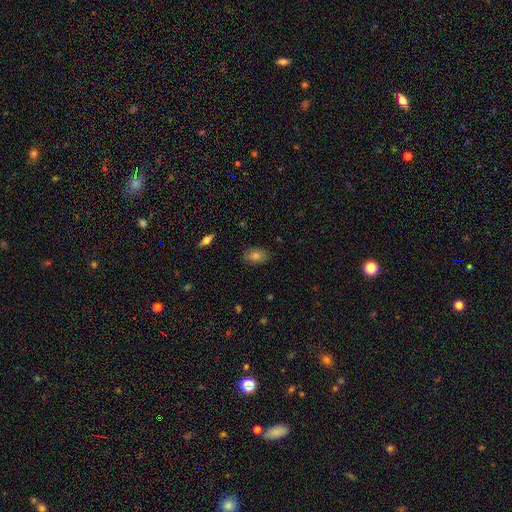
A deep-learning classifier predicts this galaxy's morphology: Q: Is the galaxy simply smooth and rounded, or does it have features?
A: smooth — 73%.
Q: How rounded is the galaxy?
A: in between — 81%.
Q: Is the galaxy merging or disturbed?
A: none — 85%.